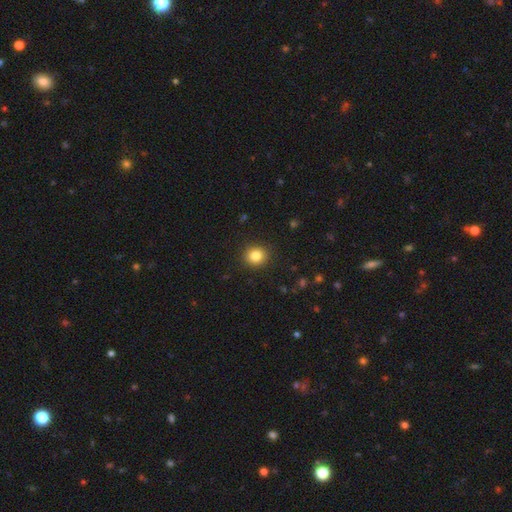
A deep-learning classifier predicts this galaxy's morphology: type=smooth (83%); roundness=round (88%); merging=none (91%).